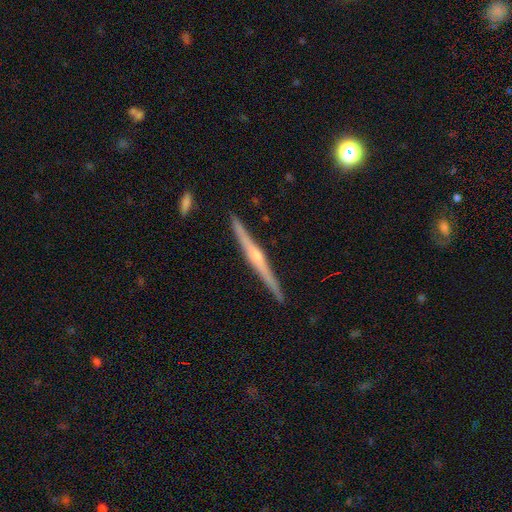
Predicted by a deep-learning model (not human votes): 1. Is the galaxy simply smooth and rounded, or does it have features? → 82% featured or disk, 13% smooth, 6% star or artifact.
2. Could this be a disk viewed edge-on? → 99% yes, 1% no.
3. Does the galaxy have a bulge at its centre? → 79% rounded, 13% none, 8% boxy.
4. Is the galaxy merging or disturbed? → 92% none, 6% minor disturbance, 1% merger, 1% major disturbance.